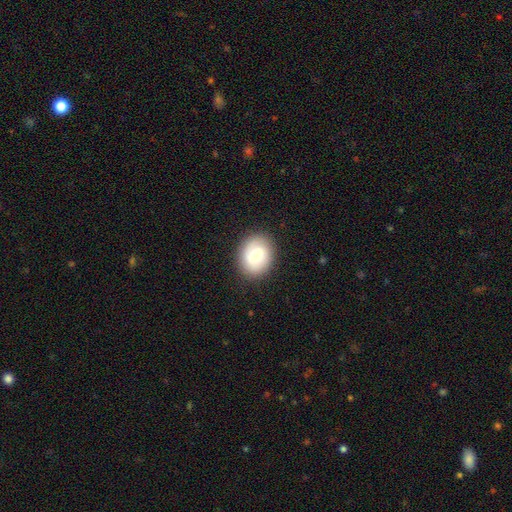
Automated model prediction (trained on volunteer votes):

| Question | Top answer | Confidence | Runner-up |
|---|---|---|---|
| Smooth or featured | smooth | 66% | featured or disk (26%) |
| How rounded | round | 50% | in between (49%) |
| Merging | none | 86% | minor disturbance (10%) |